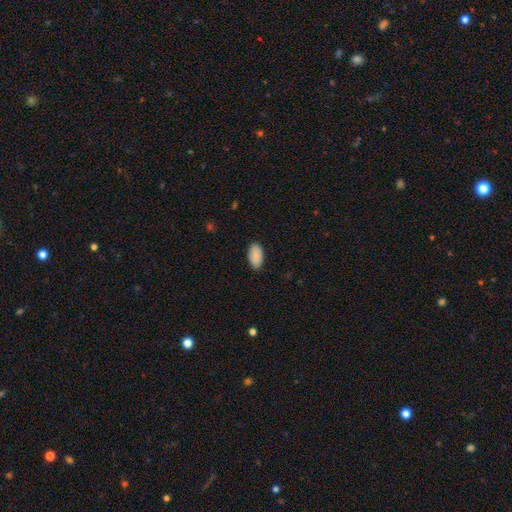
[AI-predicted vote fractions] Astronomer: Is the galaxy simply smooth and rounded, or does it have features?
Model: smooth — 89%.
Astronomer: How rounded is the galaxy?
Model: in between — 96%.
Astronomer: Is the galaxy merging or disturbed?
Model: none — 87%.